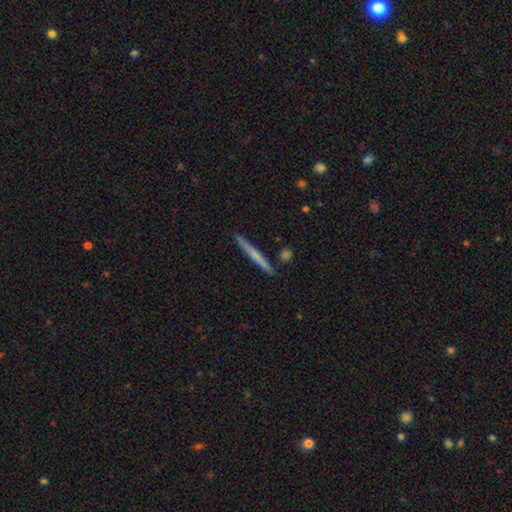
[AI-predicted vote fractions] Overall: smooth (54%; featured or disk 41%). How rounded: cigar-shaped (96%). Merging: none (90%).